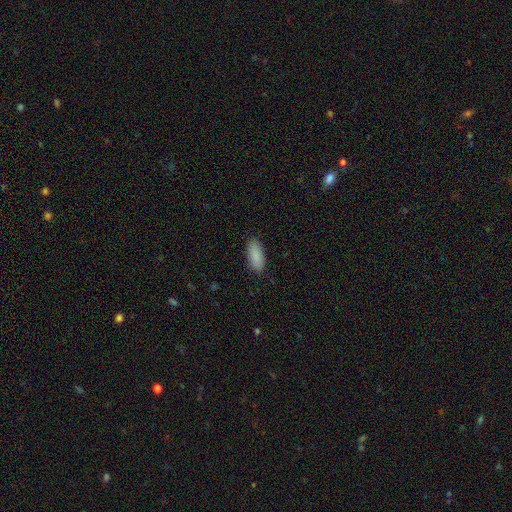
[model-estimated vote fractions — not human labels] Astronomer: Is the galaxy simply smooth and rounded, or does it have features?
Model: smooth — 89%.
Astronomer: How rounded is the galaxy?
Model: in between — 81%.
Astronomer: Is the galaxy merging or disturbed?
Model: none — 87%.